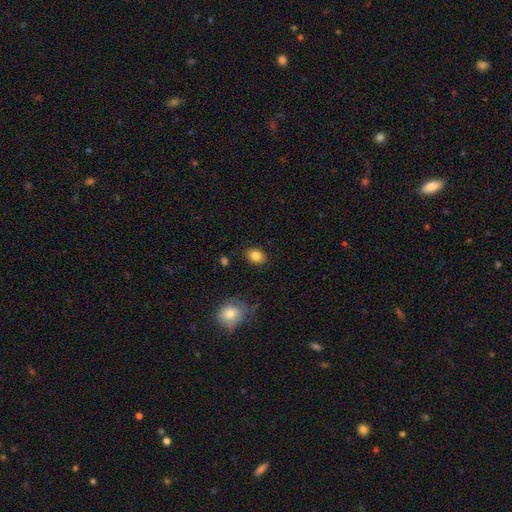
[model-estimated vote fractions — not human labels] This is clearly a smooth galaxy (83%). How rounded: likely in between (70%). Merging: clearly none (85%).